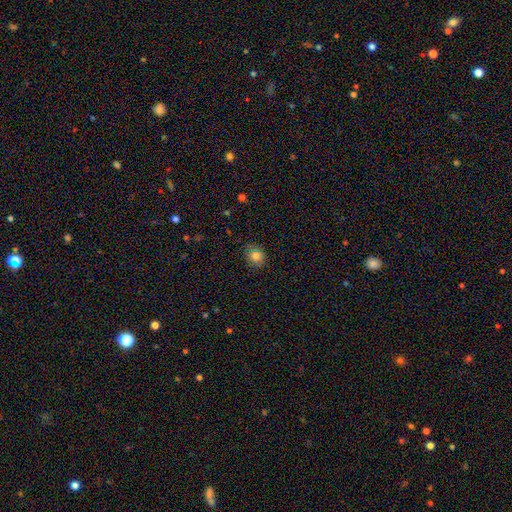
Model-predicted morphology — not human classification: smooth 80%, star or artifact 11%, featured or disk 9%. Down the decision tree: how rounded — round (64%); merging — none (77%).